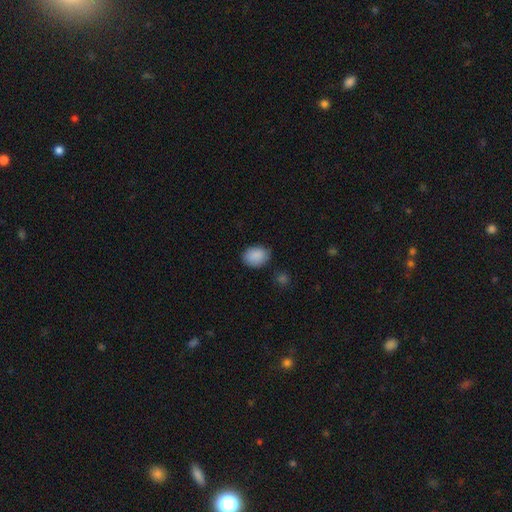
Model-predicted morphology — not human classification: Smooth or featured?
  - smooth: 89% *
  - star or artifact: 7%
  - featured or disk: 4%
How rounded?
  - in between: 72% *
  - round: 27%
  - cigar-shaped: 1%
Merging?
  - none: 77% *
  - minor disturbance: 17%
  - major disturbance: 3%
  - merger: 2%